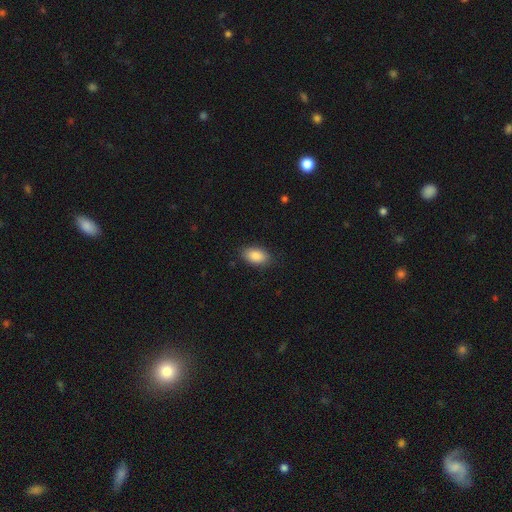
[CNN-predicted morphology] This is clearly a smooth galaxy (88%). How rounded: clearly in between (92%). Merging: clearly none (86%).